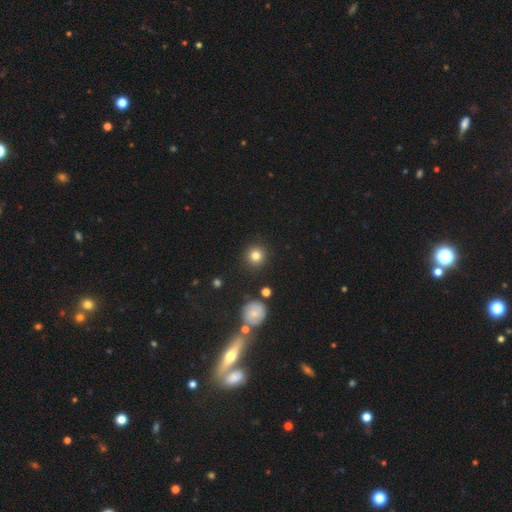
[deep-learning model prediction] Smooth or featured? Predicted: smooth (p=0.81). How rounded? Predicted: round (p=0.94). Merging? Predicted: none (p=0.90).